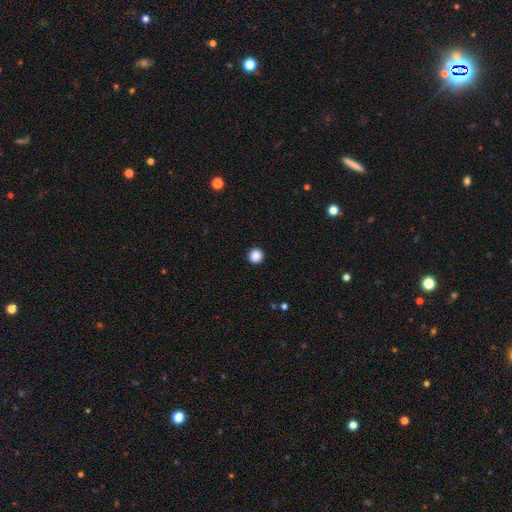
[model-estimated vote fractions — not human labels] Morphology: type=smooth (88%); roundness=round (95%); merging=none (94%).